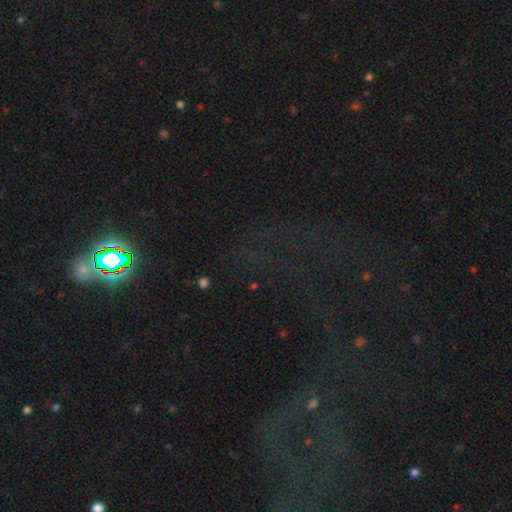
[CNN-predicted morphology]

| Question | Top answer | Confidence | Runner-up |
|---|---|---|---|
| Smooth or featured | star or artifact | 74% | featured or disk (13%) |